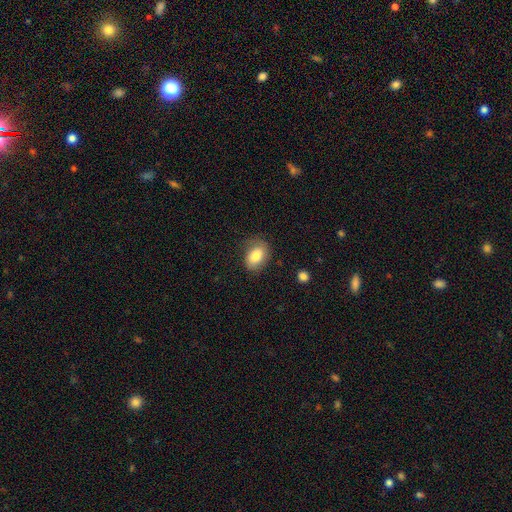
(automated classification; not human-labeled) Overall: smooth (81%). How rounded: in between (84%). Merging: none (71%).